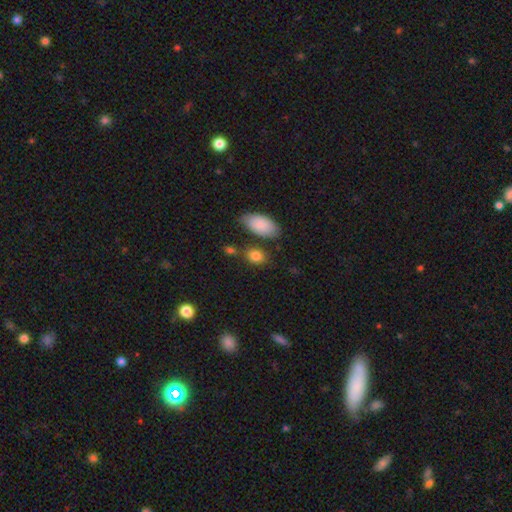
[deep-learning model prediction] smooth-or-featured: smooth: 85% | star or artifact: 9% | featured or disk: 6%
  how-rounded: in between: 70% | round: 28% | cigar-shaped: 3%
  merging: none: 70% | minor disturbance: 14% | merger: 11% | major disturbance: 4%